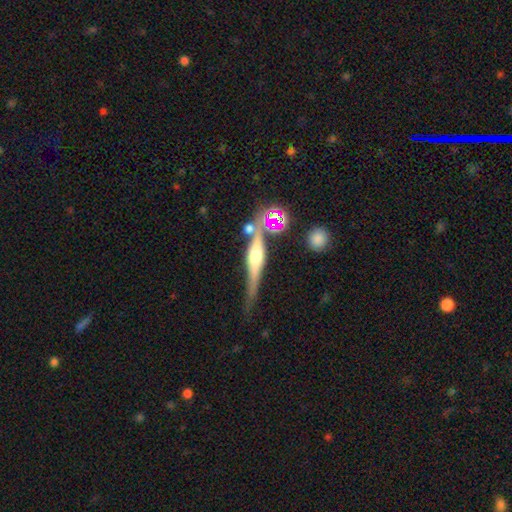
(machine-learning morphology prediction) This appears to be a featured or disk galaxy (76%) viewed edge-on (96%) with a rounded central bulge (87%). Merging: none (69%).